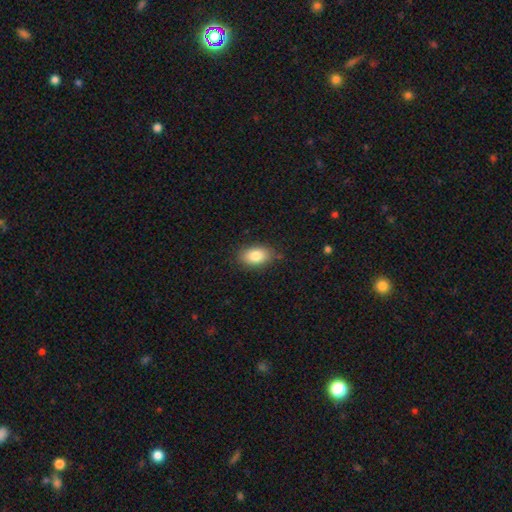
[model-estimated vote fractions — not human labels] Smooth or featured: smooth — 83% (featured or disk — 9%)
How rounded: in between — 89% (round — 9%)
Merging: none — 84% (minor disturbance — 12%)